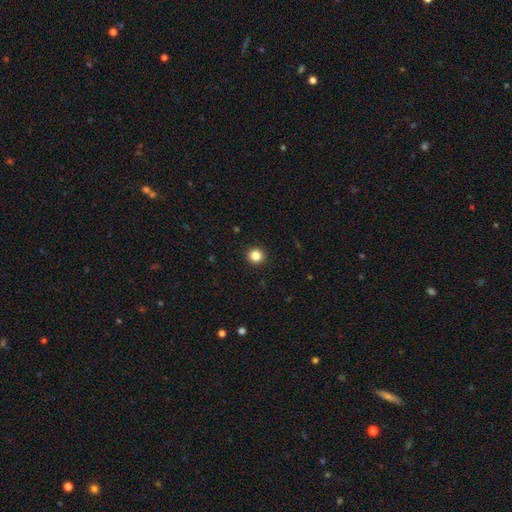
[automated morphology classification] smooth 84%, star or artifact 11%, featured or disk 4%. Down the decision tree: how rounded — round (94%); merging — none (93%).